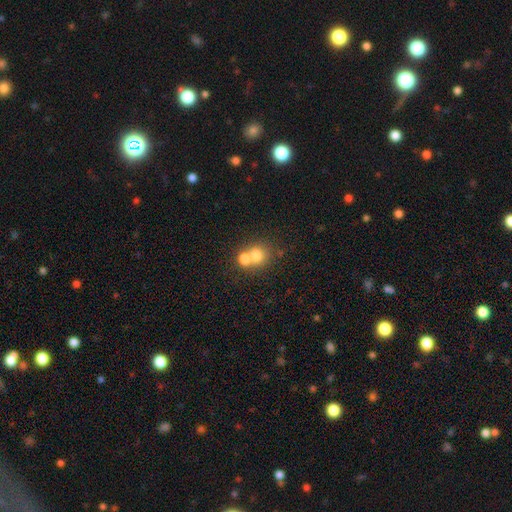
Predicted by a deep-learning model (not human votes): A smooth galaxy with no disk features (74%) that is round (79%). Merging: merger (56%).